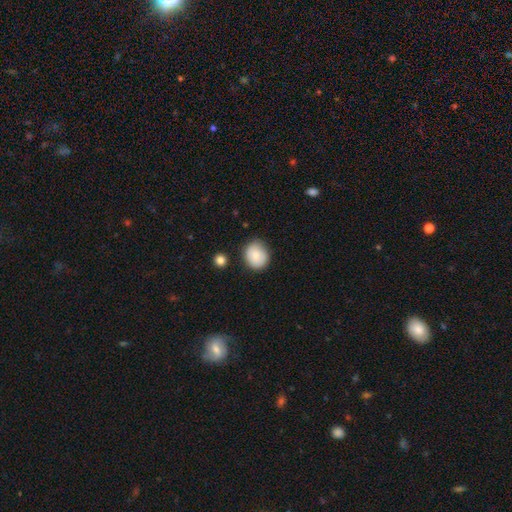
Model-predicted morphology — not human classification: Q: Smooth or featured?
A: smooth (83%); runner-up: featured or disk (9%)
Q: How rounded?
A: round (69%); runner-up: in between (30%)
Q: Merging?
A: none (77%); runner-up: minor disturbance (17%)